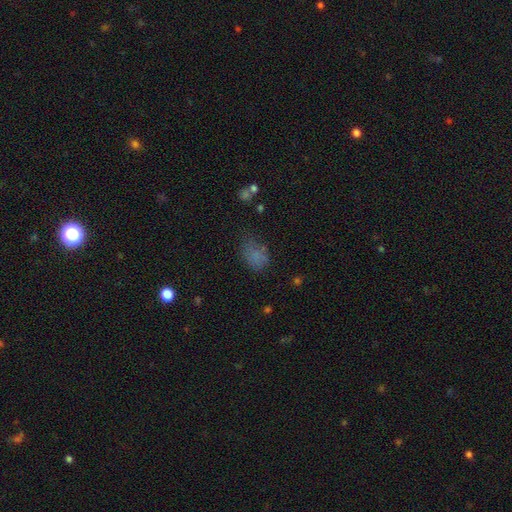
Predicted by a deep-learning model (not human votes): This appears to be a smooth galaxy with no disk features (70%) that is in between round and cigar-shaped (70%). Merging: none (52%).